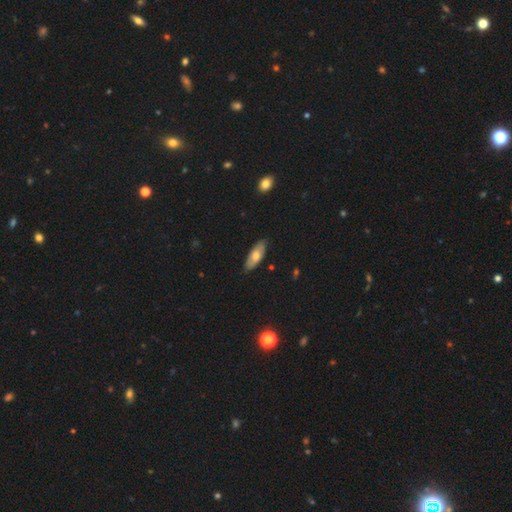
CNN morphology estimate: Smooth or featured: smooth — 62% (featured or disk — 32%)
How rounded: in between — 77% (cigar-shaped — 20%)
Merging: none — 84% (minor disturbance — 13%)